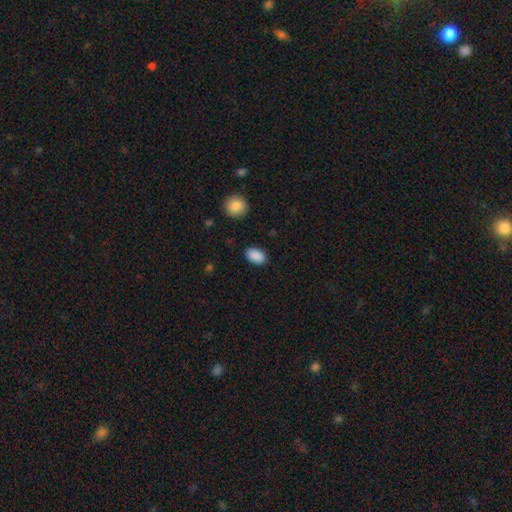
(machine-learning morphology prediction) Smooth or featured: smooth — 90% (star or artifact — 7%)
How rounded: in between — 89% (round — 10%)
Merging: none — 87% (minor disturbance — 9%)